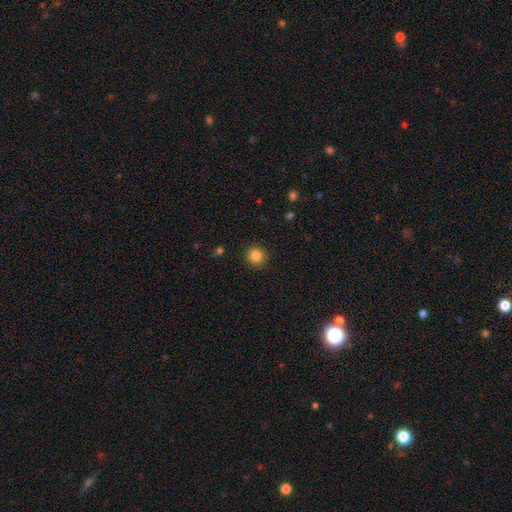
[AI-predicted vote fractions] smooth-or-featured: smooth: 84% | star or artifact: 11% | featured or disk: 5%
  how-rounded: round: 91% | in between: 8% | cigar-shaped: 1%
  merging: none: 91% | minor disturbance: 6% | major disturbance: 2% | merger: 1%